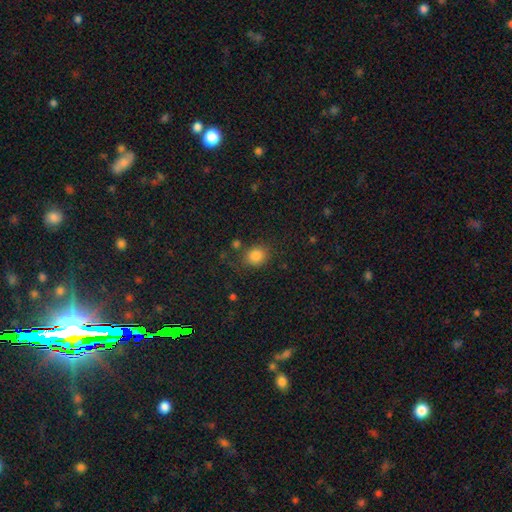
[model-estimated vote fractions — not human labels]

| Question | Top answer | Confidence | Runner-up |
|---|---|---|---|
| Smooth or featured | smooth | 84% | star or artifact (11%) |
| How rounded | round | 67% | in between (32%) |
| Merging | none | 73% | minor disturbance (15%) |